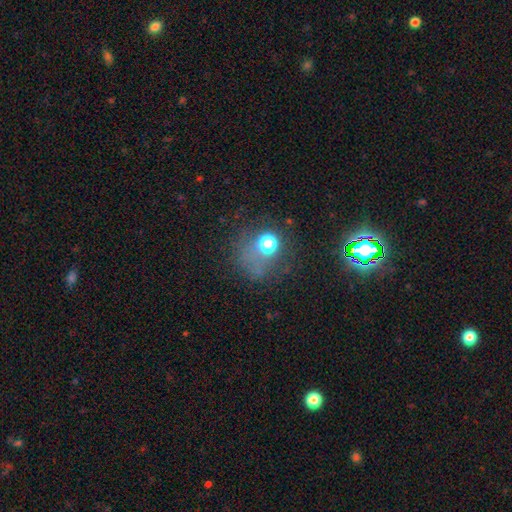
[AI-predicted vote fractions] Overall: smooth (45%; star or artifact 41%). Merging: none (58%; major disturbance 19%).